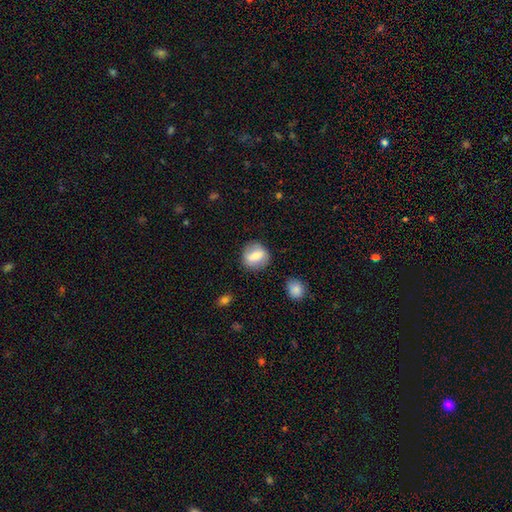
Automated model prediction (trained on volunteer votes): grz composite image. It shows a smooth galaxy with no disk features (63%) that is round (79%). Merging: none (82%).